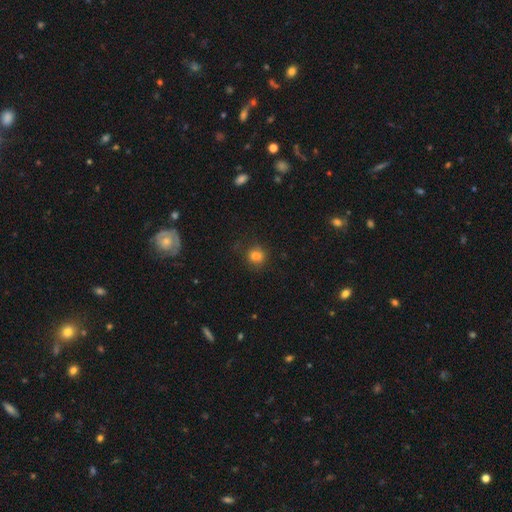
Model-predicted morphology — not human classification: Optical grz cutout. It shows a smooth galaxy with no disk features (77%) that is round (69%). Merging: none (66%).